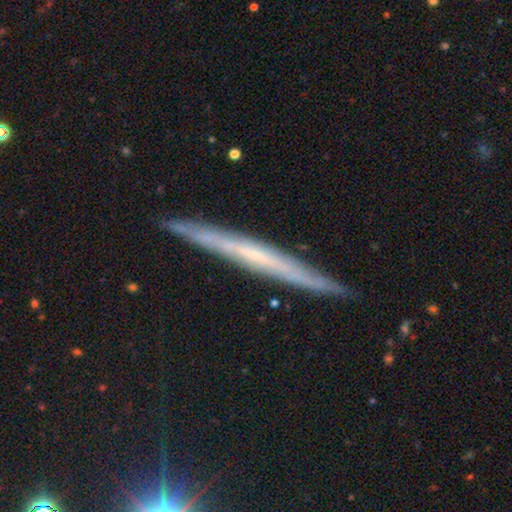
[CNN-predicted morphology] type=featured or disk (65%); edge-on=yes (93%); edge-on bulge=none (75%); merging=none (87%).